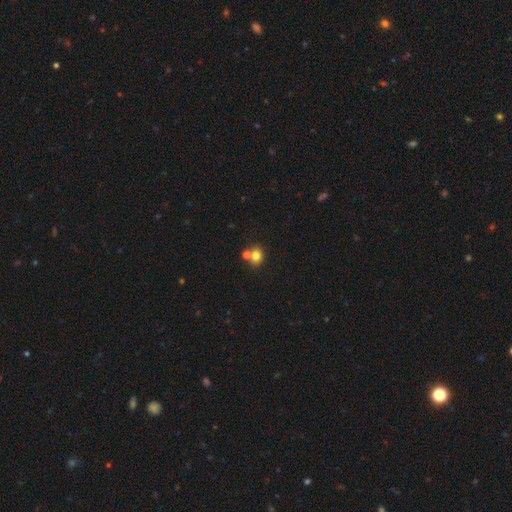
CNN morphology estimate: Smooth or featured: smooth — 78% (star or artifact — 12%)
How rounded: round — 64% (in between — 35%)
Merging: none — 51% (merger — 37%)